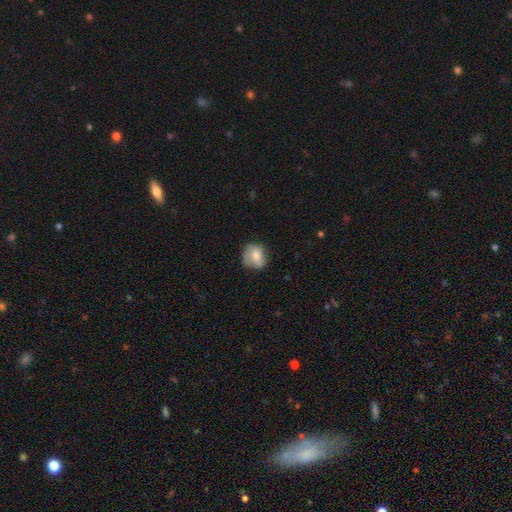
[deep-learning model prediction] The model was most divided on "merging": none: 59%, minor disturbance: 30%, major disturbance: 10%, merger: 2%. More confident: smooth or featured — smooth (71%); how rounded — round (70%).